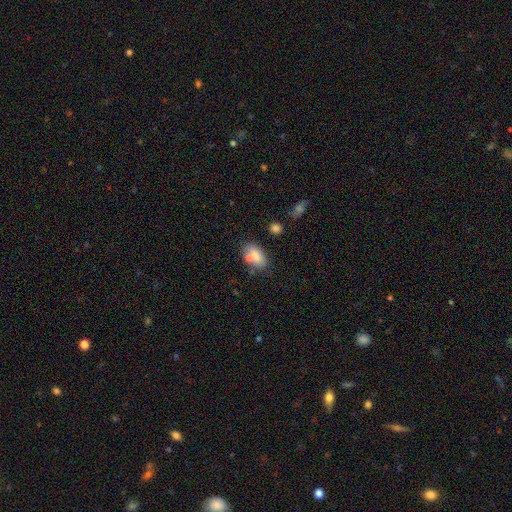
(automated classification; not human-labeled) This is likely a smooth galaxy (79%). How rounded: clearly in between (88%). Merging: possibly none (59%).